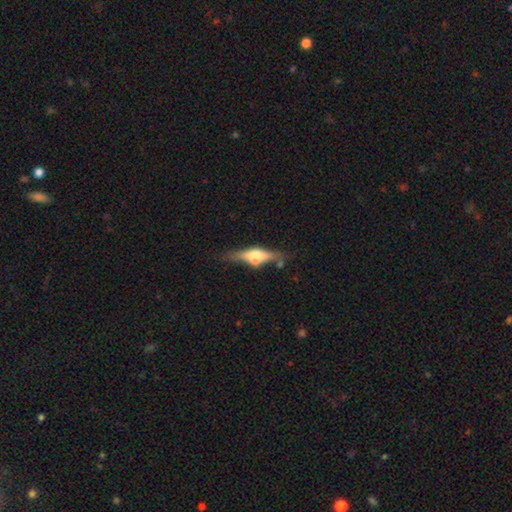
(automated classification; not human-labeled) The model was most divided on "smooth or featured": featured or disk: 68%, smooth: 26%, star or artifact: 7%. More confident: edge-on disk — yes (93%); edge-on bulge — rounded (90%); merging — none (67%).